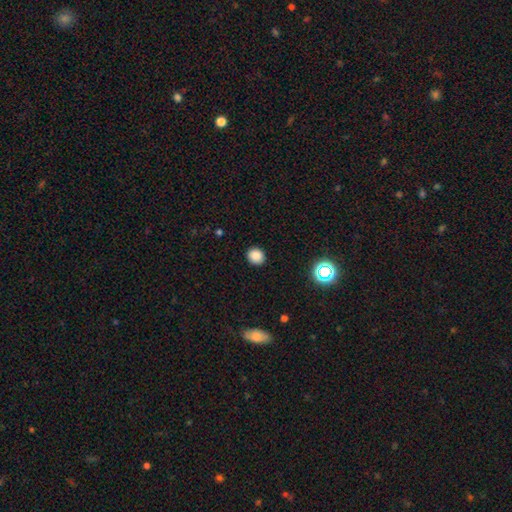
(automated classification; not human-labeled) Smooth or featured?
  - smooth: 84% *
  - star or artifact: 13%
  - featured or disk: 3%
How rounded?
  - round: 80% *
  - in between: 19%
  - cigar-shaped: 1%
Merging?
  - none: 90% *
  - minor disturbance: 6%
  - major disturbance: 2%
  - merger: 1%